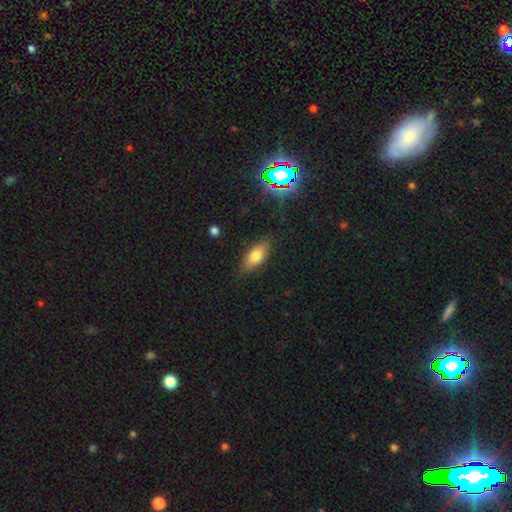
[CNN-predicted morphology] smooth 75%, featured or disk 16%, star or artifact 9%. Down the decision tree: how rounded — in between (80%); merging — none (82%).